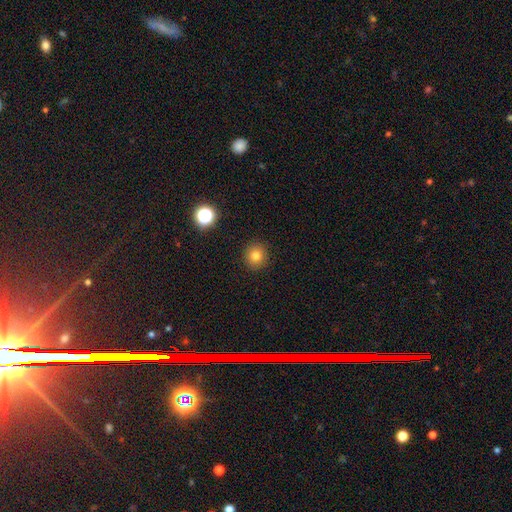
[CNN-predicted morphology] The model was most divided on "smooth or featured": smooth: 79%, star or artifact: 14%, featured or disk: 7%. More confident: merging — none (91%); how rounded — round (91%).